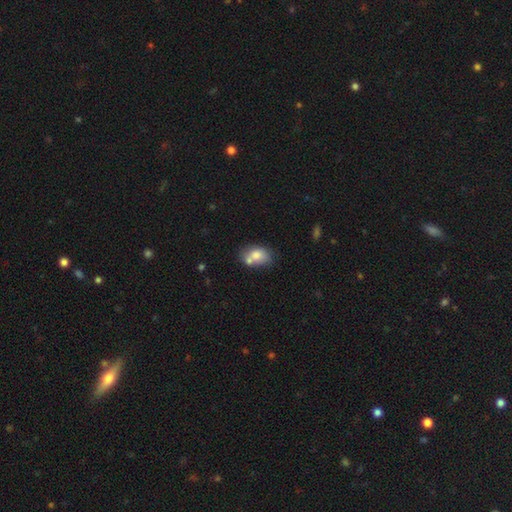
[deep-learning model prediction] Q: Smooth or featured?
A: smooth (74%); runner-up: featured or disk (17%)
Q: How rounded?
A: in between (79%); runner-up: round (20%)
Q: Merging?
A: none (43%); runner-up: merger (35%)